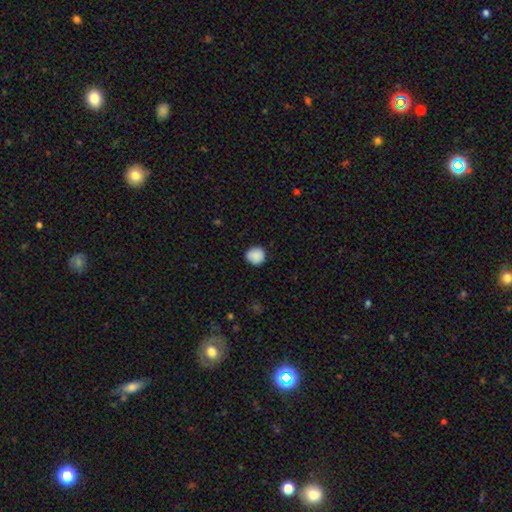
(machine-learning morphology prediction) A smooth galaxy with no disk features (89%) that is round (91%).

Vote fractions:
- Smooth or featured? smooth: 89% / star or artifact: 8% / featured or disk: 3%
- How rounded? round: 91% / in between: 8% / cigar-shaped: 1%
- Merging? none: 87% / minor disturbance: 10% / major disturbance: 2% / merger: 1%